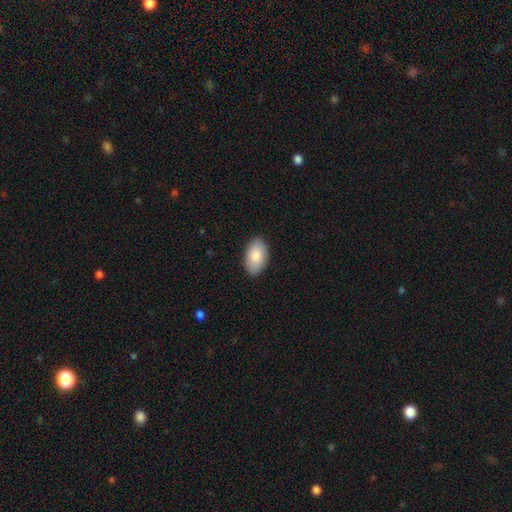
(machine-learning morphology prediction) Smooth or featured: smooth — 86% (featured or disk — 8%)
How rounded: in between — 94% (round — 5%)
Merging: none — 88% (minor disturbance — 9%)